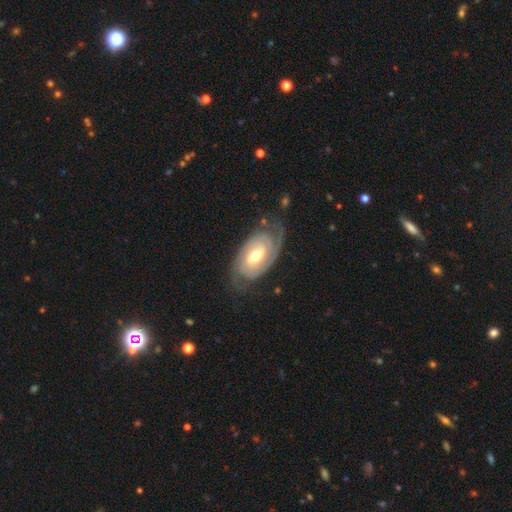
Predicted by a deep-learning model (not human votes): smooth-or-featured: featured or disk: 86% | smooth: 10% | star or artifact: 4%
  disk-edge-on: no: 96% | yes: 4%
    bar: weak: 48% | no: 30% | strong: 22%
    has-spiral-arms: yes: 96% | no: 4%
      spiral-winding: tight: 65% | medium: 28% | loose: 7%
      spiral-arm-count: 2: 76% | can't tell: 11% | 3: 6% | 1: 3% | 4: 2% | more than 4: 2%
    bulge-size: moderate: 70% | small: 18% | large: 9% | none: 1% | dominant: 1%
  merging: none: 73% | minor disturbance: 17% | major disturbance: 8% | merger: 2%